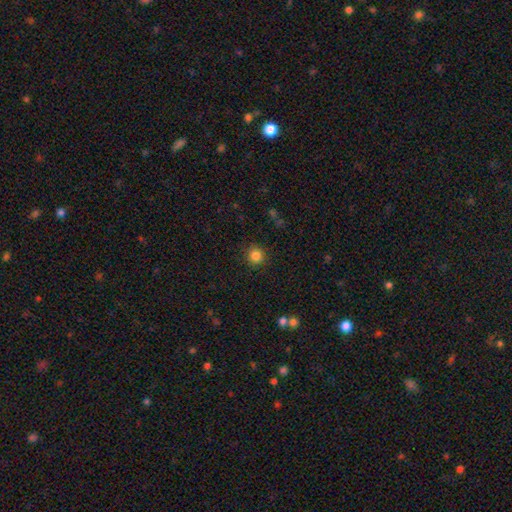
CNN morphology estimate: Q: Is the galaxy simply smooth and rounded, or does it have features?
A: smooth — 84%.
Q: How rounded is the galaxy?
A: round — 93%.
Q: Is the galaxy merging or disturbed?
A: none — 89%.